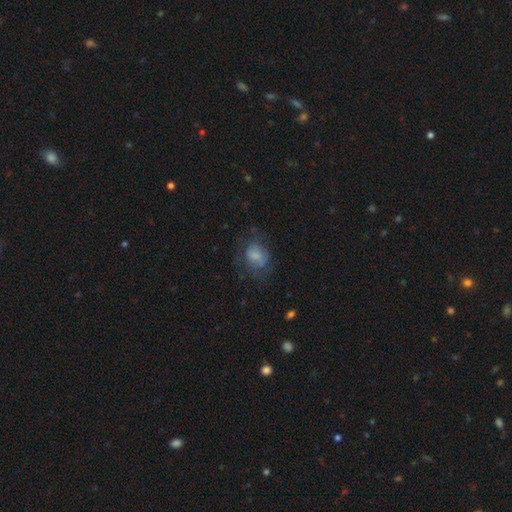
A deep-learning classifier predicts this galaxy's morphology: Smooth or featured? Predicted: smooth (p=0.63). How rounded? Predicted: in between (p=0.60). Merging? Predicted: none (p=0.49).